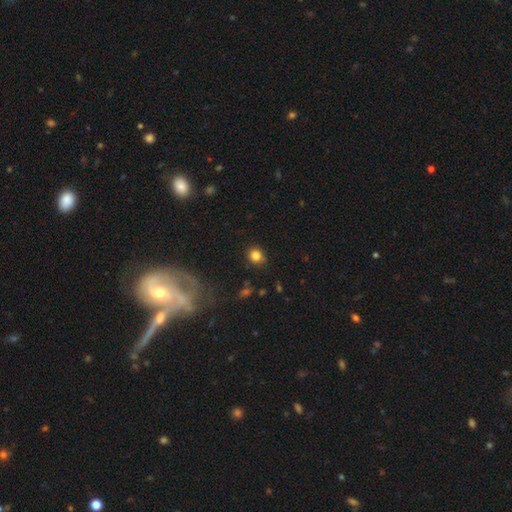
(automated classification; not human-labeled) Overall: smooth (82%). How rounded: round (73%). Merging: none (85%).